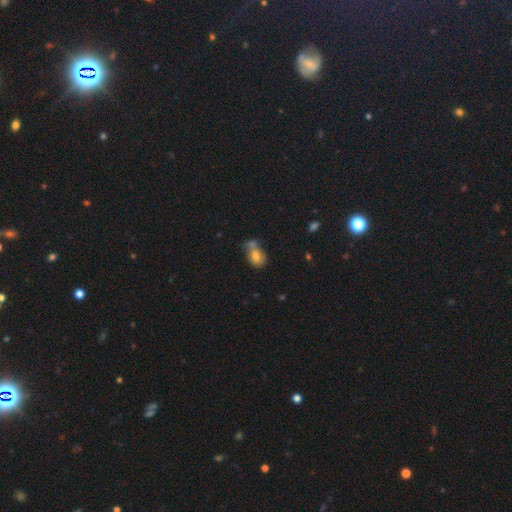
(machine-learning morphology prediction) type=smooth (74%); roundness=in between (72%); merging=merger (46%).